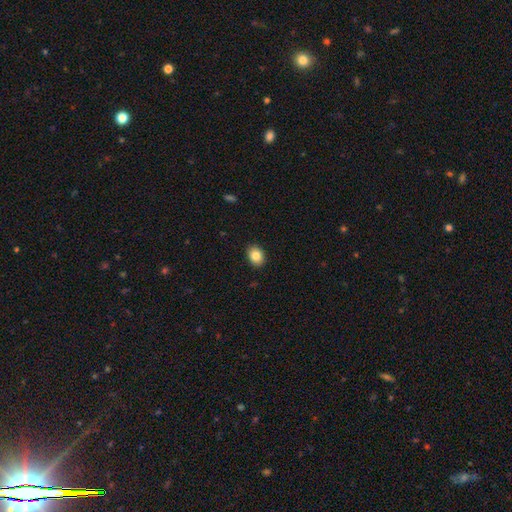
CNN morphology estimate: Smooth or featured? Predicted: smooth (p=0.85). How rounded? Predicted: in between (p=0.66). Merging? Predicted: none (p=0.90).